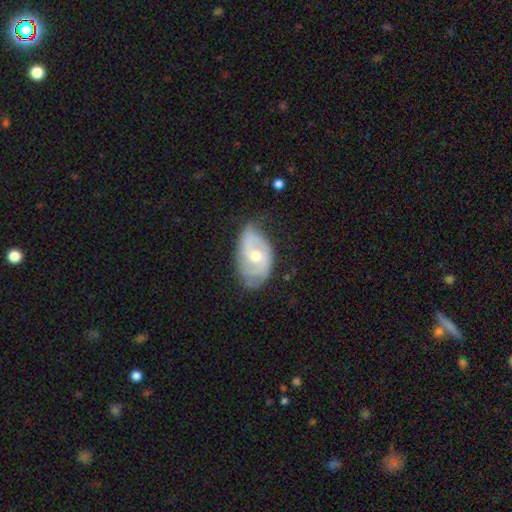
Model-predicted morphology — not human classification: smooth_or_featured: featured or disk (p=0.75) [alt: smooth p=0.20]
disk_edge_on: no (p=0.95) [alt: yes p=0.05]
bar: no (p=0.63) [alt: weak p=0.30]
has_spiral_arms: yes (p=0.85) [alt: no p=0.15]
spiral_winding: tight (p=0.45) [alt: medium p=0.38]
spiral_arm_count: 2 (p=0.53) [alt: can't tell p=0.25]
bulge_size: moderate (p=0.73) [alt: small p=0.22]
merging: none (p=0.57) [alt: minor disturbance p=0.32]